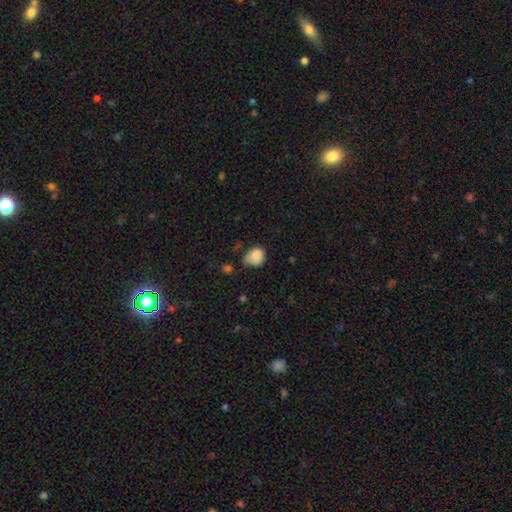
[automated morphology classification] Overall: smooth (84%). How rounded: round (59%; in between 40%). Merging: none (43%; minor disturbance 42%).